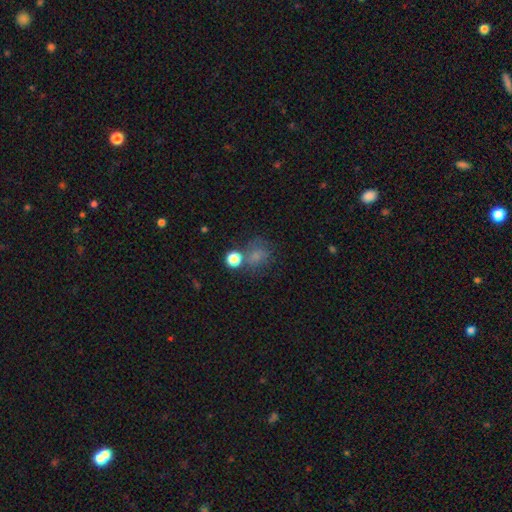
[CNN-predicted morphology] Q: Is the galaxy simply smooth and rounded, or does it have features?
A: smooth — 70%.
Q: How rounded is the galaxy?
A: round — 71%.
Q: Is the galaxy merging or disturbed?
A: none — 51%.